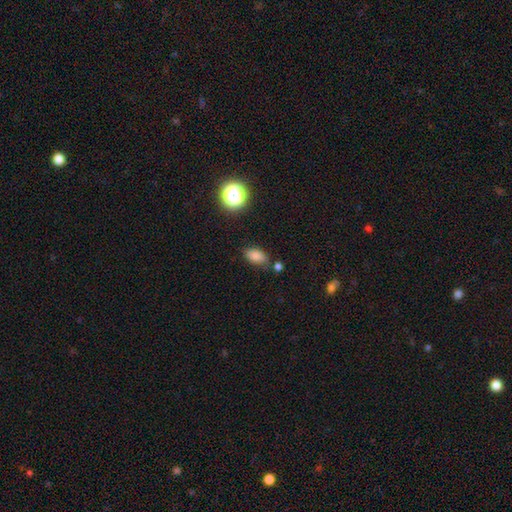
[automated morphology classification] smooth-or-featured: smooth: 78% | star or artifact: 14% | featured or disk: 8%
  how-rounded: in between: 87% | round: 11% | cigar-shaped: 2%
  merging: none: 72% | minor disturbance: 17% | merger: 7% | major disturbance: 4%